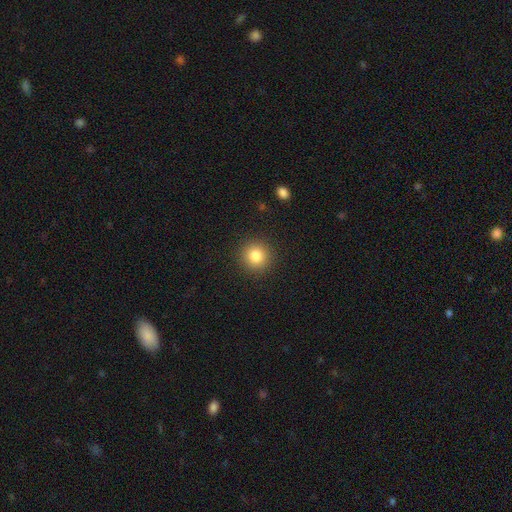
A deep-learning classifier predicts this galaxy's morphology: Q: Smooth or featured?
A: smooth (83%); runner-up: star or artifact (11%)
Q: How rounded?
A: round (93%); runner-up: in between (6%)
Q: Merging?
A: none (91%); runner-up: minor disturbance (6%)